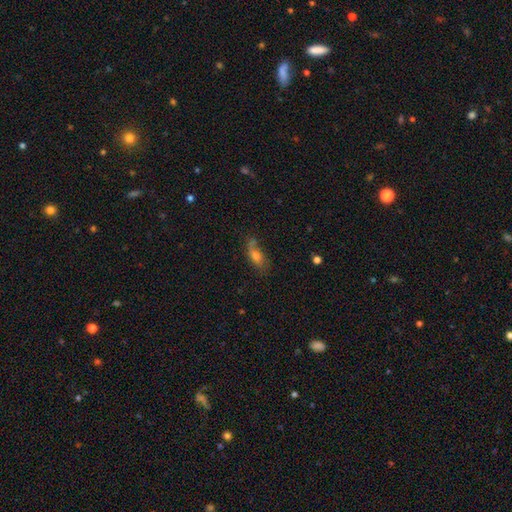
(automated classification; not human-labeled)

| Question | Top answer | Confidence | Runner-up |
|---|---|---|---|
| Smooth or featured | smooth | 62% | featured or disk (26%) |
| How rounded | in between | 70% | cigar-shaped (23%) |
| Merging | none | 54% | minor disturbance (26%) |